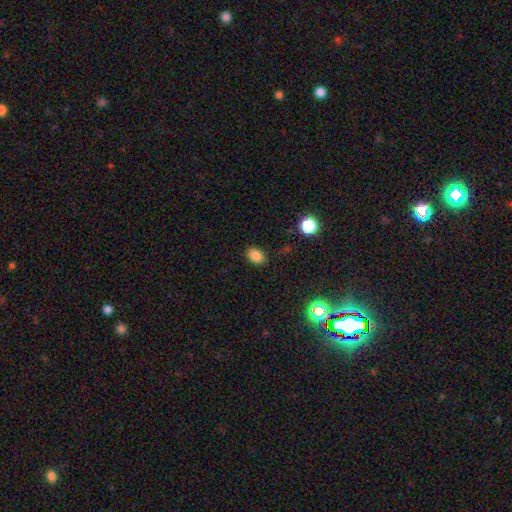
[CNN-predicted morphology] Smooth or featured? Predicted: smooth (p=0.83). How rounded? Predicted: in between (p=0.74). Merging? Predicted: none (p=0.87).